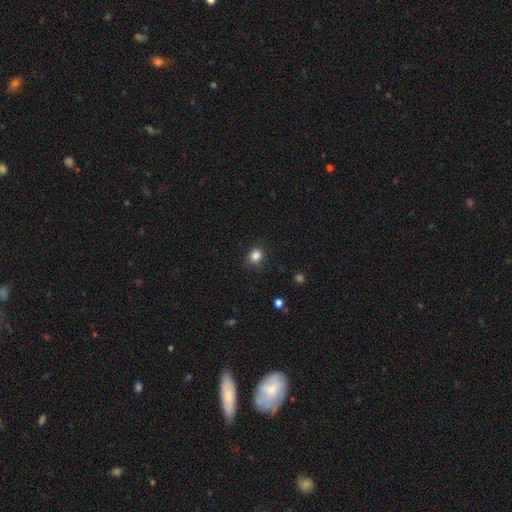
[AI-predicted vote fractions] Overall: smooth (84%). How rounded: round (68%; in between 31%). Merging: none (86%).